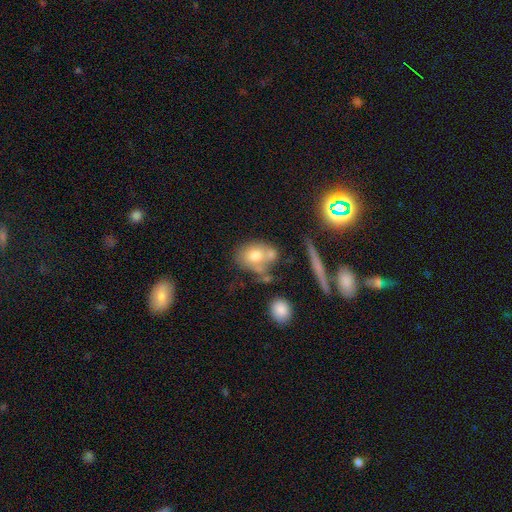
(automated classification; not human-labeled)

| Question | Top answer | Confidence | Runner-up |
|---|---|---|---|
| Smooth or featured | smooth | 68% | featured or disk (21%) |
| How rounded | in between | 59% | round (39%) |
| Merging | none | 46% | merger (29%) |